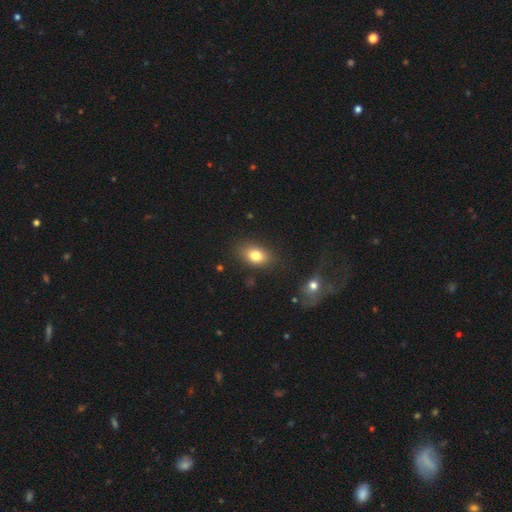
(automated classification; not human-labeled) This appears to be a smooth galaxy with no disk features (80%) that is in between round and cigar-shaped (81%). Merging: none (82%).